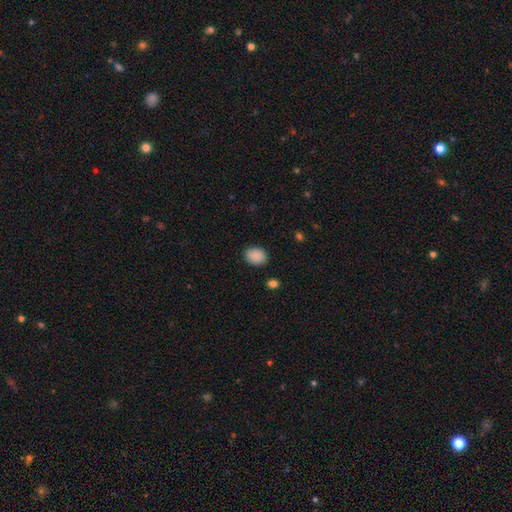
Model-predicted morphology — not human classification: This is clearly a smooth galaxy (90%). How rounded: possibly in between (53%). Merging: clearly none (88%).